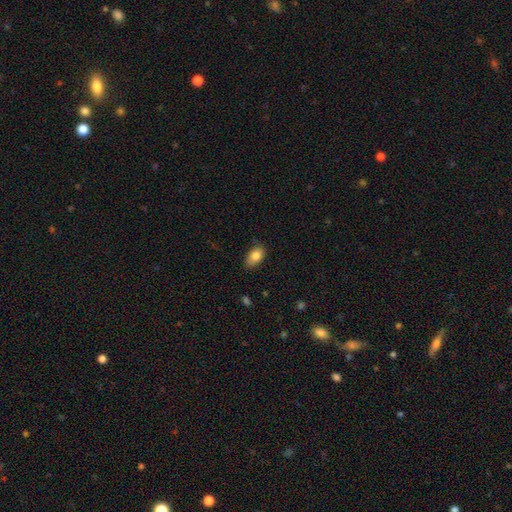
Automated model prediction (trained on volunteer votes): Morphology: type=smooth (82%); roundness=in between (88%); merging=none (73%).